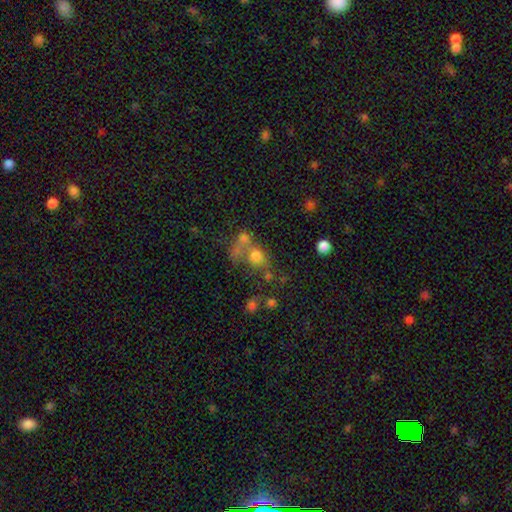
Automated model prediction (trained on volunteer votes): A smooth galaxy with no disk features (64%) that is round (62%). Merging: merger (40%).